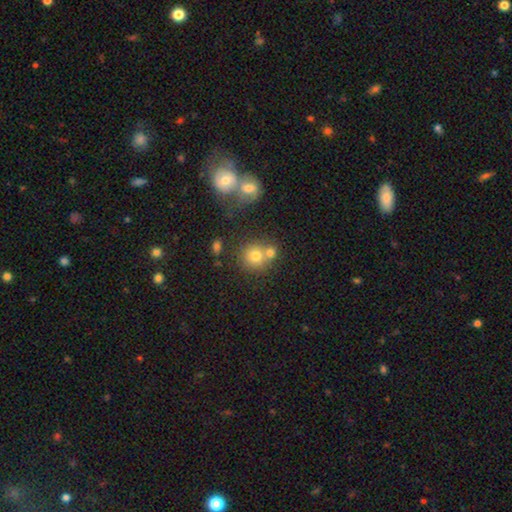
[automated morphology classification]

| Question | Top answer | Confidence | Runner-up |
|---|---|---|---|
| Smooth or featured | smooth | 75% | featured or disk (12%) |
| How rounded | round | 85% | in between (14%) |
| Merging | none | 50% | merger (38%) |